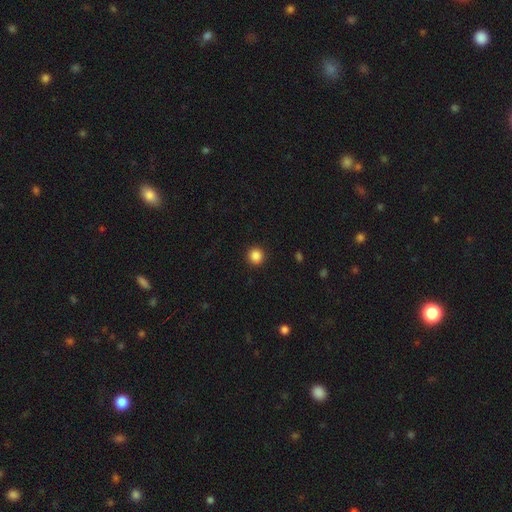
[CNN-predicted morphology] Smooth or featured? Predicted: smooth (p=0.86). How rounded? Predicted: round (p=0.94). Merging? Predicted: none (p=0.92).